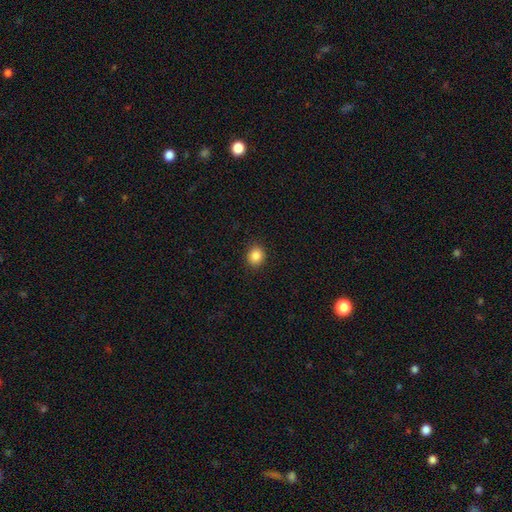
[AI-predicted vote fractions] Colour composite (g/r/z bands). It shows a smooth galaxy with no disk features (86%) that is round (80%). Merging: none (90%).